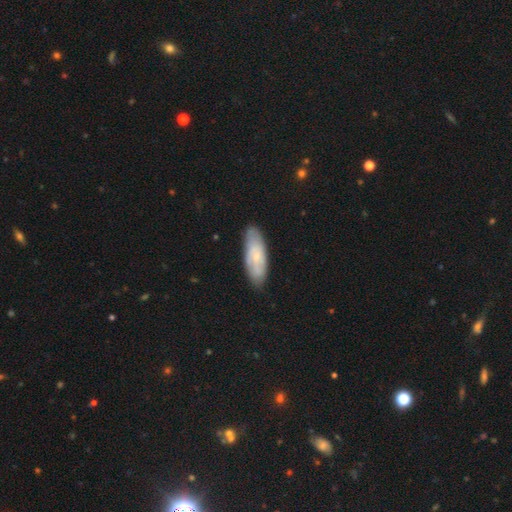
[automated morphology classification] smooth 55%, featured or disk 38%, star or artifact 8%. Down the decision tree: how rounded — in between (66%); merging — none (83%).